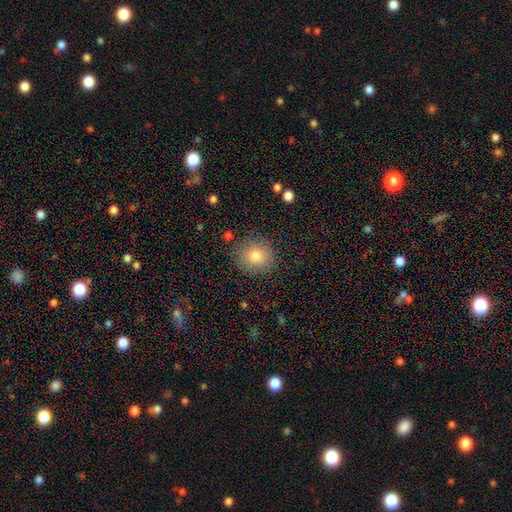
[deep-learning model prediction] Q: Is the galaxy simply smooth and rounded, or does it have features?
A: smooth — 79%.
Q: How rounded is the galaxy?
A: round — 86%.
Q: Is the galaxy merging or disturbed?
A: none — 85%.